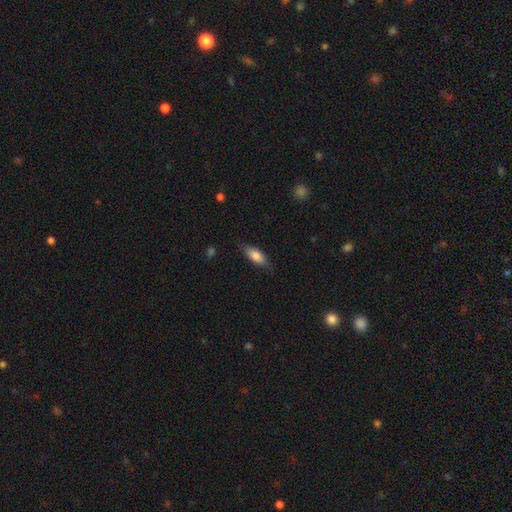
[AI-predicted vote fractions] Q: Smooth or featured?
A: smooth (80%); runner-up: featured or disk (13%)
Q: How rounded?
A: in between (76%); runner-up: cigar-shaped (21%)
Q: Merging?
A: none (76%); runner-up: minor disturbance (19%)